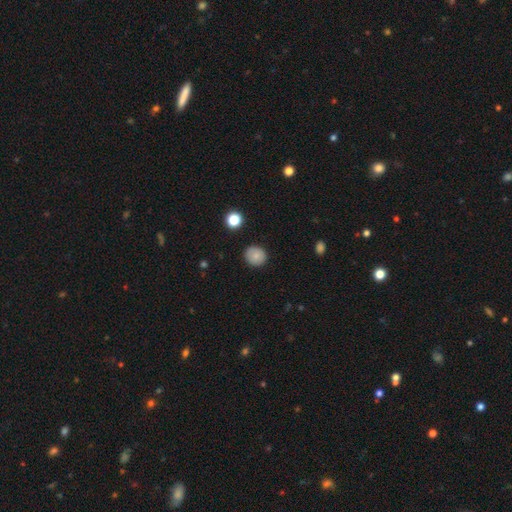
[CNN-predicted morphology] smooth 81%, featured or disk 10%, star or artifact 9%. Down the decision tree: how rounded — round (83%); merging — none (88%).